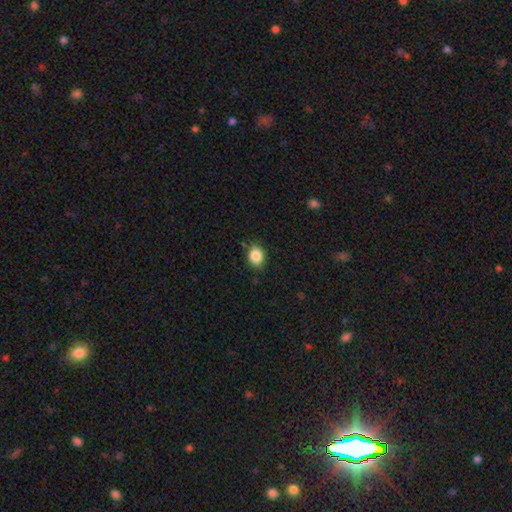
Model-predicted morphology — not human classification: The model was most divided on "how rounded": round: 51%, in between: 48%, cigar-shaped: 1%. More confident: smooth or featured — smooth (86%); merging — none (84%).